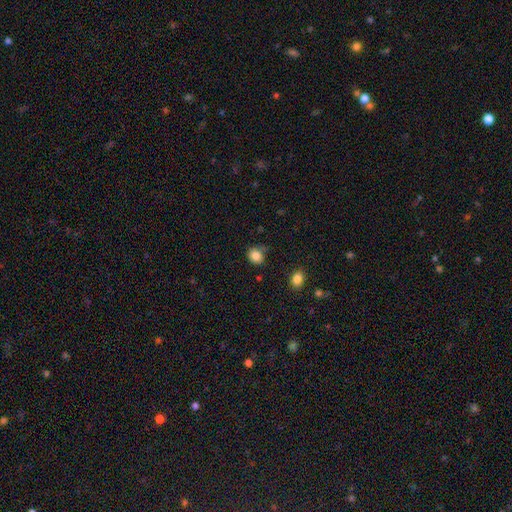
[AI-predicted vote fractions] Smooth or featured: smooth — 84% (star or artifact — 11%)
How rounded: round — 73% (in between — 26%)
Merging: none — 72% (minor disturbance — 20%)